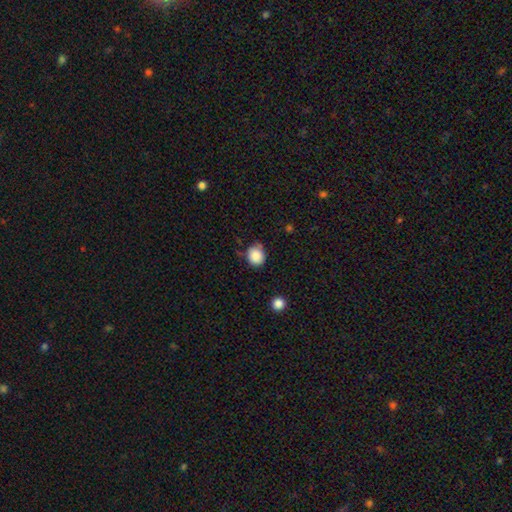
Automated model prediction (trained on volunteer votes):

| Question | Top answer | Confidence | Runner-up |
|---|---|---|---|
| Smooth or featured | smooth | 87% | star or artifact (9%) |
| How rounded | round | 80% | in between (19%) |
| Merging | none | 71% | minor disturbance (21%) |